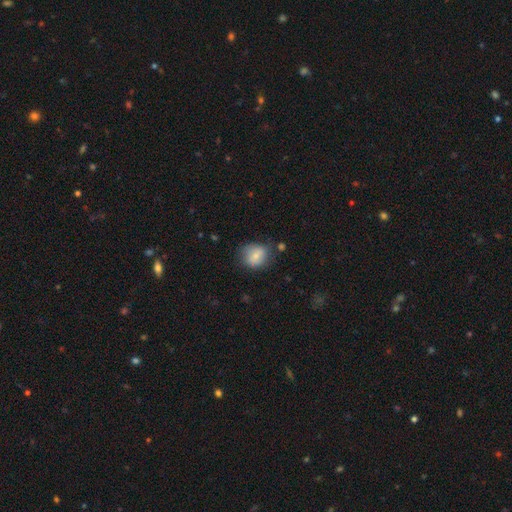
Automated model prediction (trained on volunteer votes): Smooth or featured? smooth (76%)
How rounded? round (67%)
Merging? none (63%)